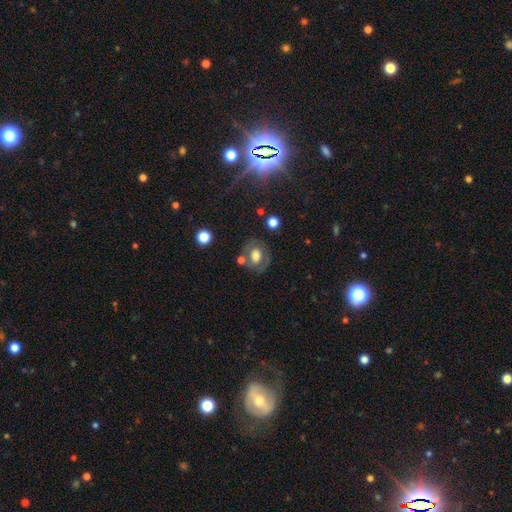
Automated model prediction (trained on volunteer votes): Smooth or featured: smooth — 54% (featured or disk — 37%)
How rounded: round — 50% (in between — 49%)
Merging: none — 64% (minor disturbance — 17%)